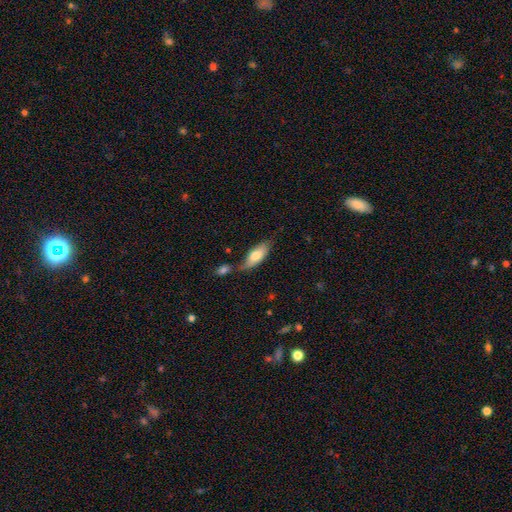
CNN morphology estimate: Smooth or featured? Predicted: smooth (p=0.73). How rounded? Predicted: in between (p=0.79). Merging? Predicted: none (p=0.51).